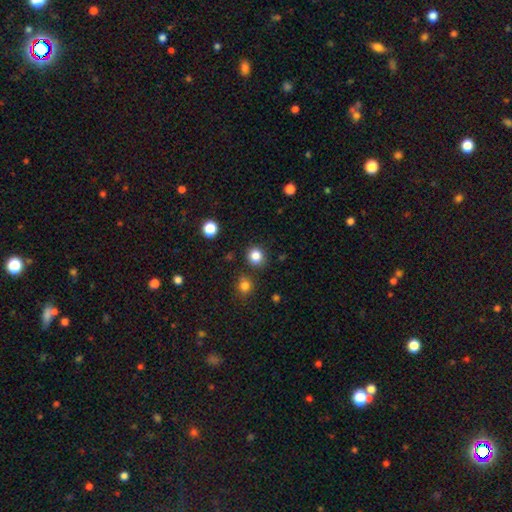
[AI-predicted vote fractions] Smooth or featured? smooth (84%)
How rounded? round (88%)
Merging? none (86%)